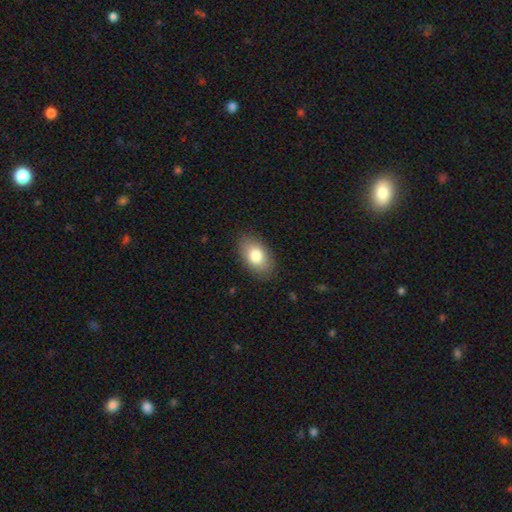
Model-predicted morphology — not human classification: A smooth galaxy with no disk features (80%) that is in between round and cigar-shaped (91%). Merging: none (86%).